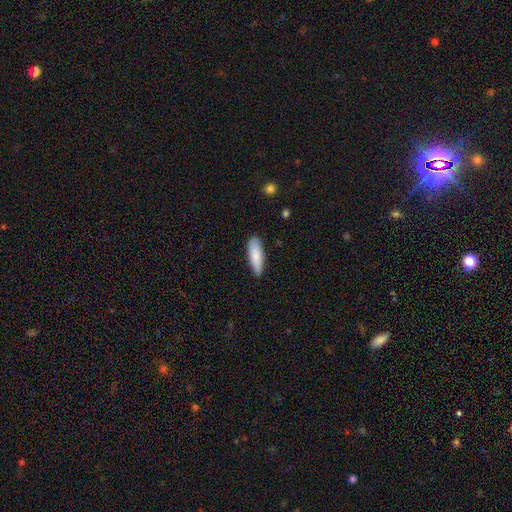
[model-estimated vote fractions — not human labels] Smooth or featured? Predicted: smooth (p=0.82). How rounded? Predicted: in between (p=0.54). Merging? Predicted: none (p=0.81).